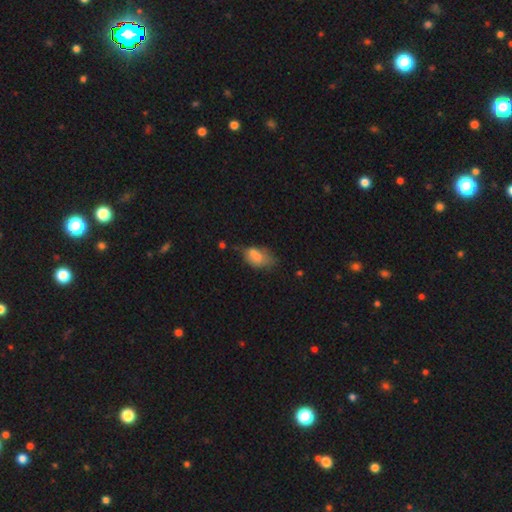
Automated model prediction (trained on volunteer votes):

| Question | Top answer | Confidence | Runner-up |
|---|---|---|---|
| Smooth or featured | smooth | 71% | featured or disk (19%) |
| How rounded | in between | 88% | round (9%) |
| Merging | minor disturbance | 34% | none (32%) |